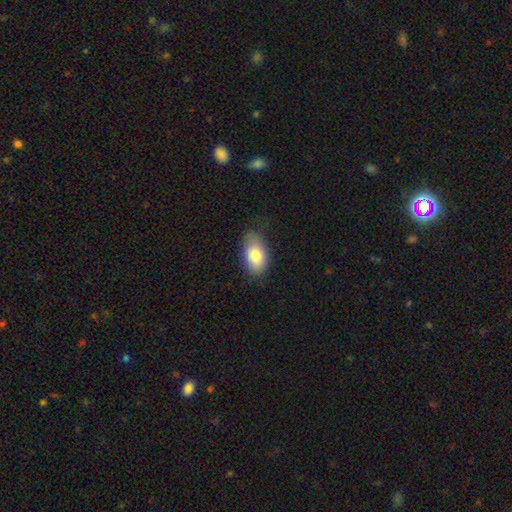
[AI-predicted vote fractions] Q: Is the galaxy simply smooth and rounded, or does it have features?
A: smooth — 79%.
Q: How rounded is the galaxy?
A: in between — 91%.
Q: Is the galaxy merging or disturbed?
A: none — 74%.